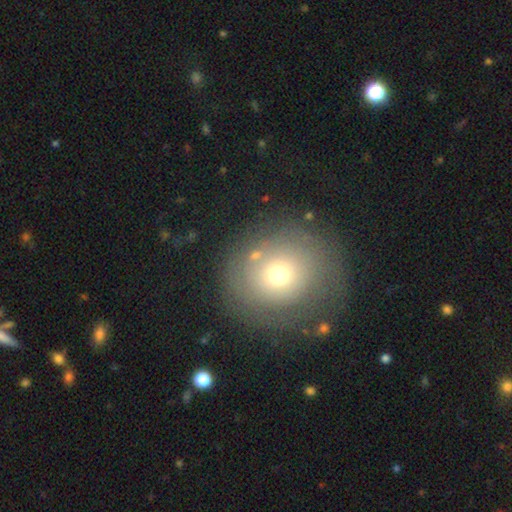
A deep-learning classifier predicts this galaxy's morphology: The model was most divided on "smooth or featured": smooth: 64%, featured or disk: 21%, star or artifact: 15%. More confident: how rounded — round (82%); merging — none (72%).